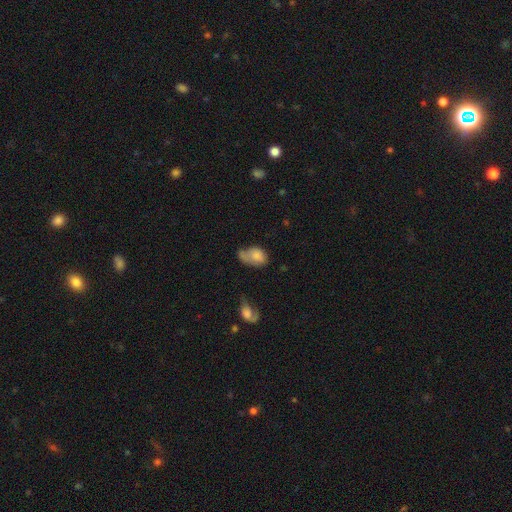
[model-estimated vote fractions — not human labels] Smooth or featured?
  - smooth: 75% *
  - featured or disk: 16%
  - star or artifact: 9%
How rounded?
  - in between: 84% *
  - round: 15%
  - cigar-shaped: 2%
Merging?
  - minor disturbance: 30% *
  - none: 28%
  - major disturbance: 23%
  - merger: 19%